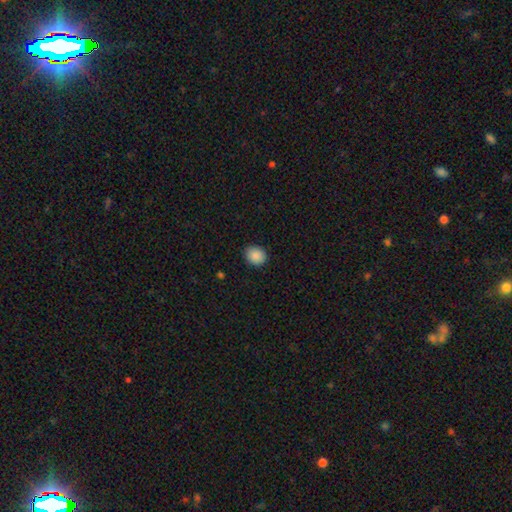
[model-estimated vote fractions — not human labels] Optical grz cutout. It shows a smooth galaxy with no disk features (89%) that is round (62%). Merging: none (90%).